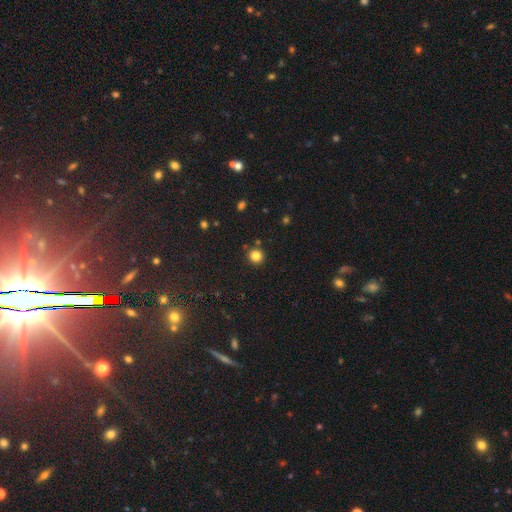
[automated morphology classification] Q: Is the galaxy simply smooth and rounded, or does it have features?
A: smooth — 82%.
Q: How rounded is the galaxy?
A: round — 93%.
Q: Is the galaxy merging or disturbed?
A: none — 88%.